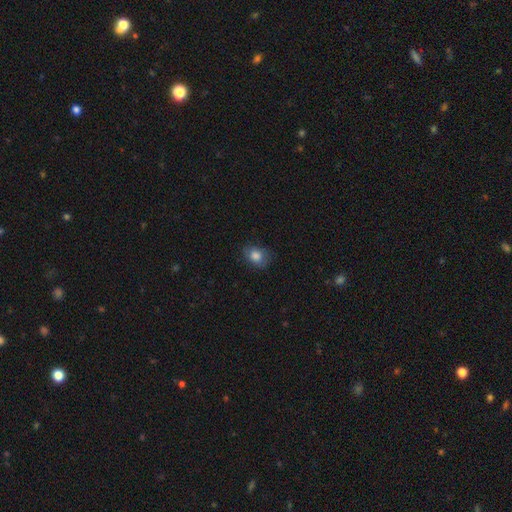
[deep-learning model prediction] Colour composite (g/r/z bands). It shows a smooth galaxy with no disk features (83%) that is in between round and cigar-shaped (62%). Merging: none (74%).